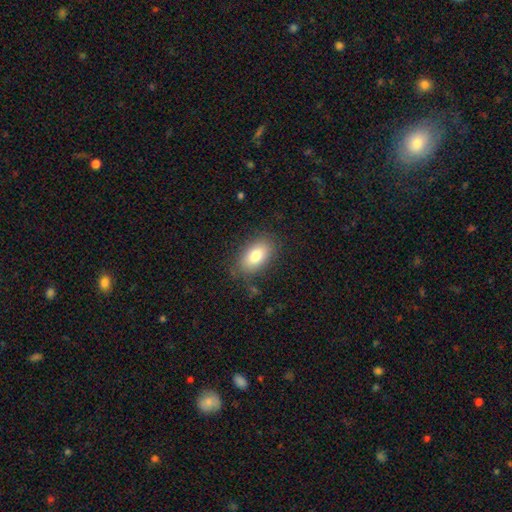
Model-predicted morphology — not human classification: Smooth or featured?
  - smooth: 80% *
  - featured or disk: 12%
  - star or artifact: 8%
How rounded?
  - in between: 91% *
  - round: 6%
  - cigar-shaped: 2%
Merging?
  - none: 81% *
  - minor disturbance: 13%
  - major disturbance: 4%
  - merger: 2%